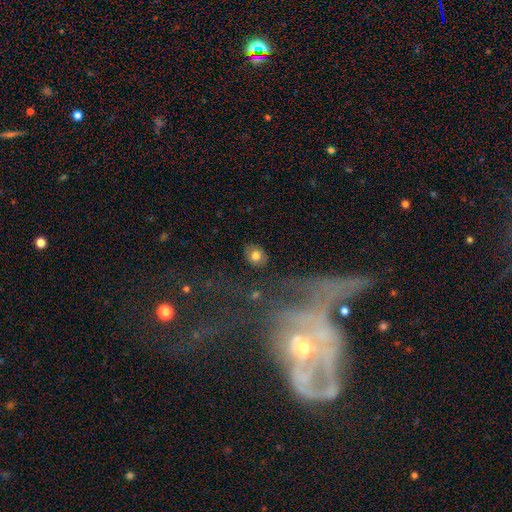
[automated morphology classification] A smooth galaxy with no disk features (74%) that is round (63%). Merging: none (83%).